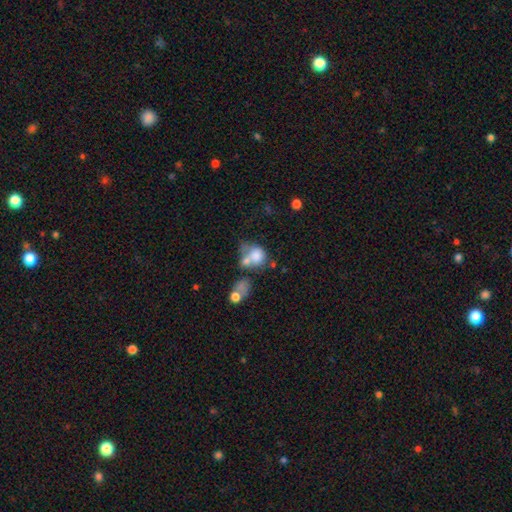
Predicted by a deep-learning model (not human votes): Smooth or featured? smooth (70%)
How rounded? round (53%)
Merging? merger (54%)